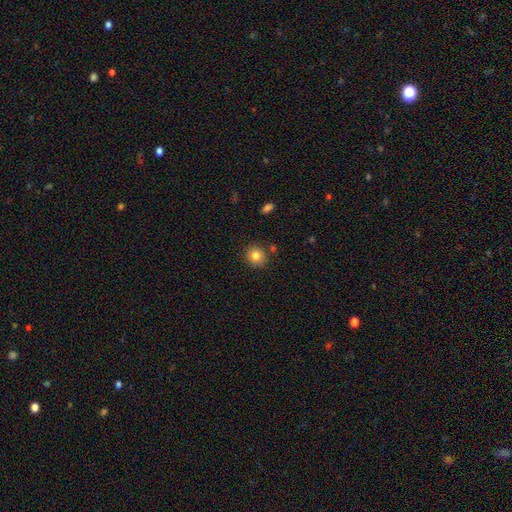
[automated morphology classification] Overall: smooth (82%). How rounded: round (88%). Merging: none (86%).